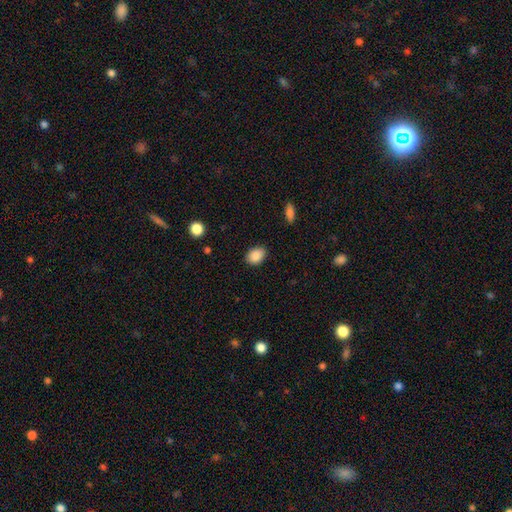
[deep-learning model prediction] Smooth or featured: smooth — 89% (star or artifact — 8%)
How rounded: in between — 71% (round — 28%)
Merging: none — 84% (minor disturbance — 12%)